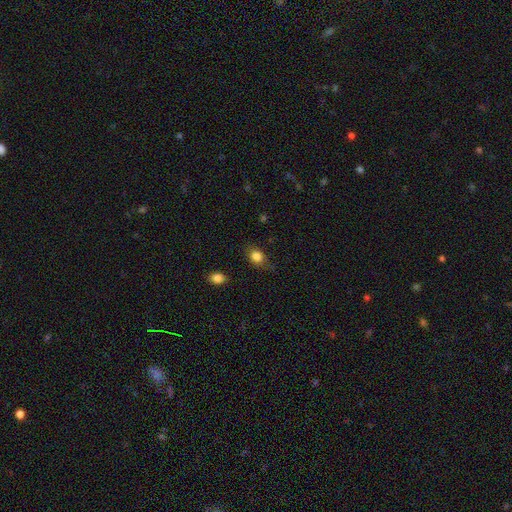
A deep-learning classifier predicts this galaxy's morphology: Q: Smooth or featured?
A: smooth (83%); runner-up: star or artifact (10%)
Q: How rounded?
A: in between (50%); runner-up: round (48%)
Q: Merging?
A: none (72%); runner-up: minor disturbance (21%)